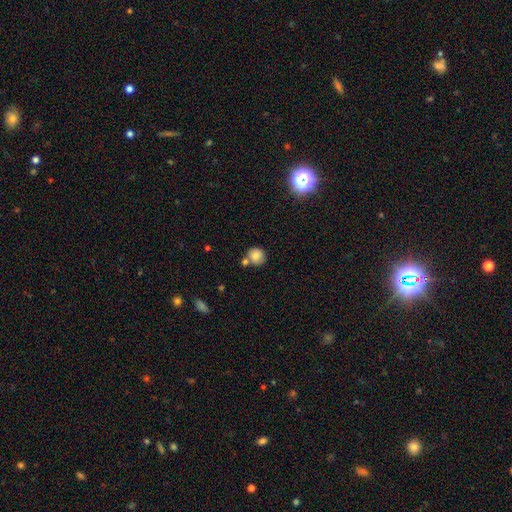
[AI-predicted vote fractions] smooth-or-featured: smooth: 79% | star or artifact: 10% | featured or disk: 10%
  how-rounded: round: 89% | in between: 10% | cigar-shaped: 1%
  merging: none: 62% | merger: 24% | minor disturbance: 11% | major disturbance: 3%